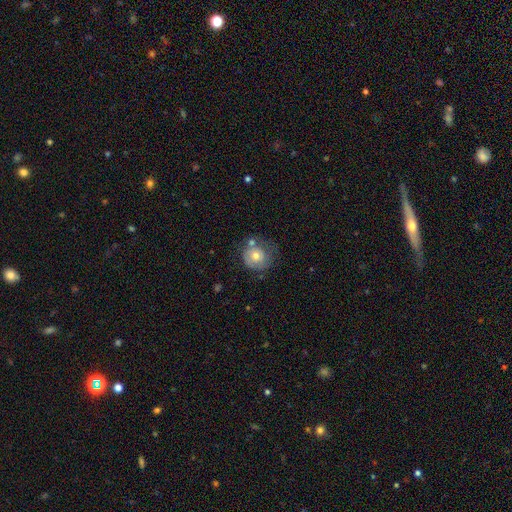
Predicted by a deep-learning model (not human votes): smooth_or_featured: smooth (p=0.57) [alt: featured or disk p=0.35]
how_rounded: round (p=0.84) [alt: in between p=0.15]
merging: none (p=0.49) [alt: minor disturbance p=0.25]